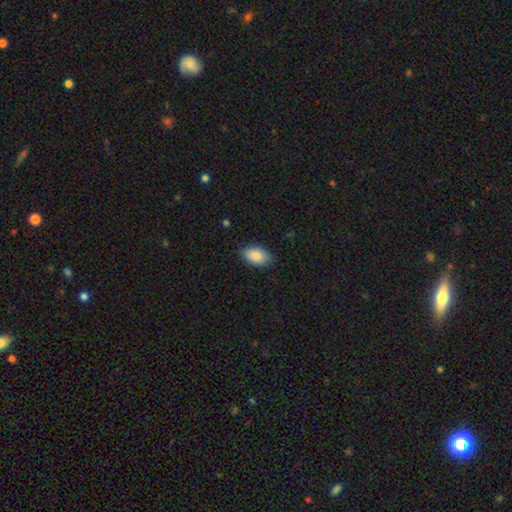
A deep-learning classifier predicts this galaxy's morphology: This appears to be a smooth galaxy with no disk features (88%) that is in between round and cigar-shaped (93%). Merging: none (82%).